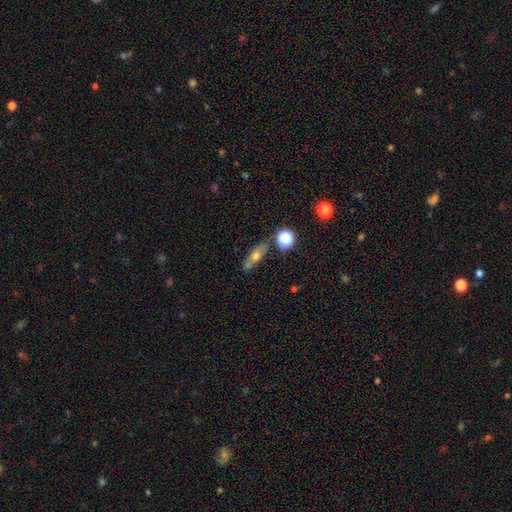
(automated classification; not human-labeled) smooth_or_featured: smooth (p=0.50) [alt: featured or disk p=0.38]
how_rounded: in between (p=0.51) [alt: cigar-shaped p=0.34]
merging: none (p=0.71) [alt: minor disturbance p=0.16]